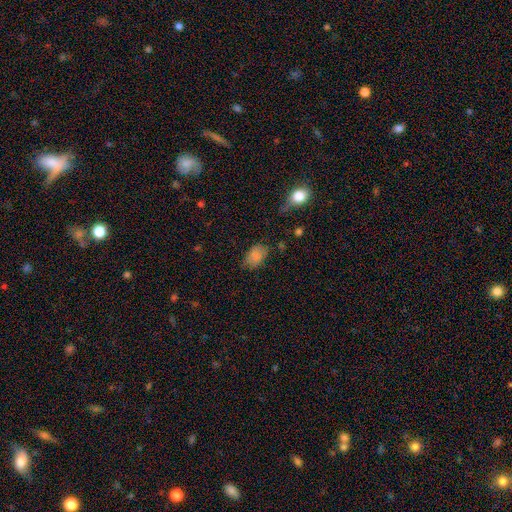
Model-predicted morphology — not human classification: This is clearly a smooth galaxy (83%). How rounded: clearly in between (89%). Merging: likely none (71%).